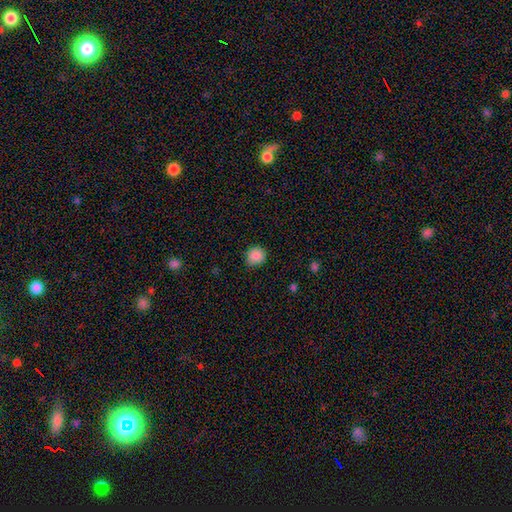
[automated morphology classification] type=smooth (88%); roundness=round (85%); merging=none (80%).